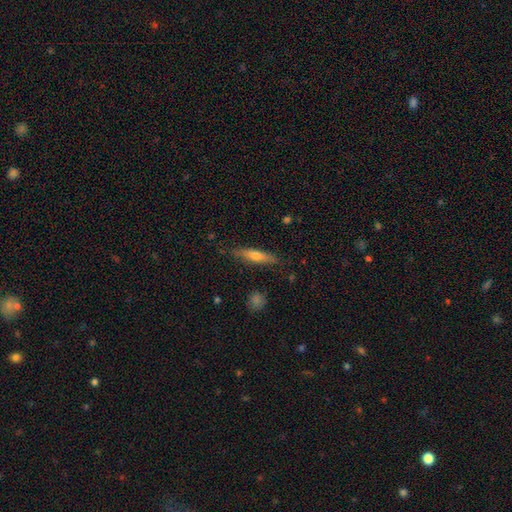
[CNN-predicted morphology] This appears to be a featured or disk galaxy (50%). Merging: none (85%).